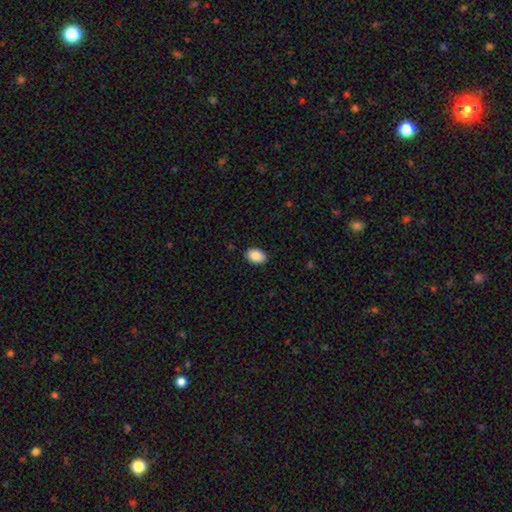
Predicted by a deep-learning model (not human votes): Smooth or featured? smooth (89%)
How rounded? in between (82%)
Merging? none (89%)